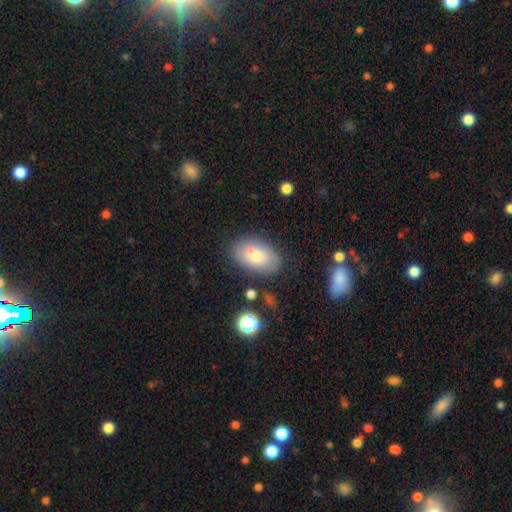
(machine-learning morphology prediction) smooth 77%, featured or disk 15%, star or artifact 8%. Down the decision tree: how rounded — in between (91%); merging — none (75%).